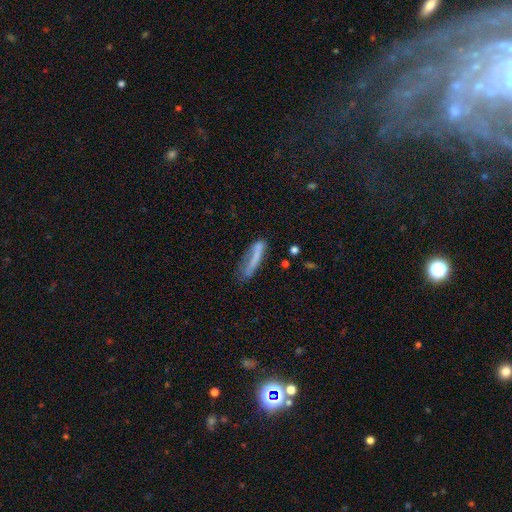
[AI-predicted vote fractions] A smooth galaxy with no disk features (64%) that is cigar-shaped (78%). Merging: none (45%).